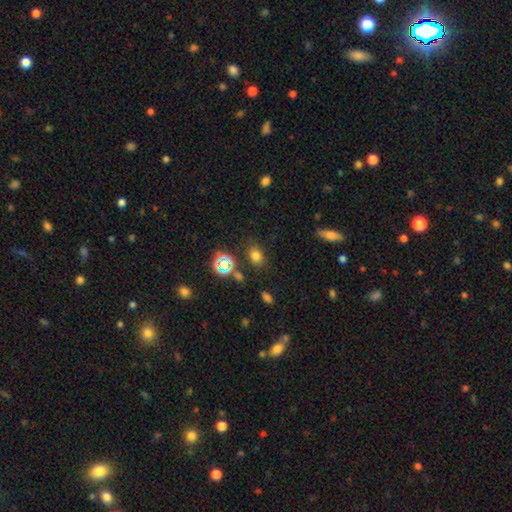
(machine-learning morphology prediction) A smooth galaxy with no disk features (72%) that is in between round and cigar-shaped (58%).

Vote fractions:
- Smooth or featured? smooth: 72% / star or artifact: 21% / featured or disk: 7%
- How rounded? in between: 58% / round: 41% / cigar-shaped: 1%
- Merging? none: 79% / minor disturbance: 12% / merger: 5% / major disturbance: 4%